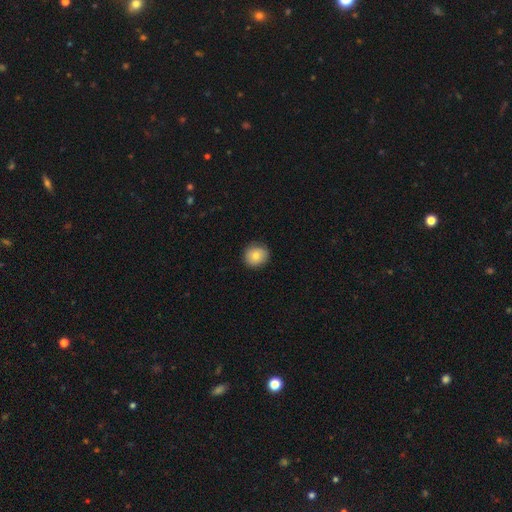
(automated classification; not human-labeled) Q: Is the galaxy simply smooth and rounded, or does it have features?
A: smooth — 79%.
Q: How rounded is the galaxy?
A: round — 85%.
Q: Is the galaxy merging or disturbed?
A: none — 87%.